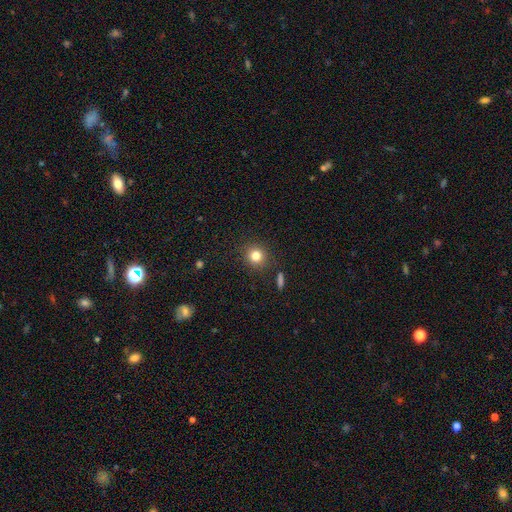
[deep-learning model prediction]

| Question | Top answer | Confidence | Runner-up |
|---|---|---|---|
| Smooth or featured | smooth | 81% | star or artifact (12%) |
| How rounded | round | 88% | in between (10%) |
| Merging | none | 87% | minor disturbance (8%) |